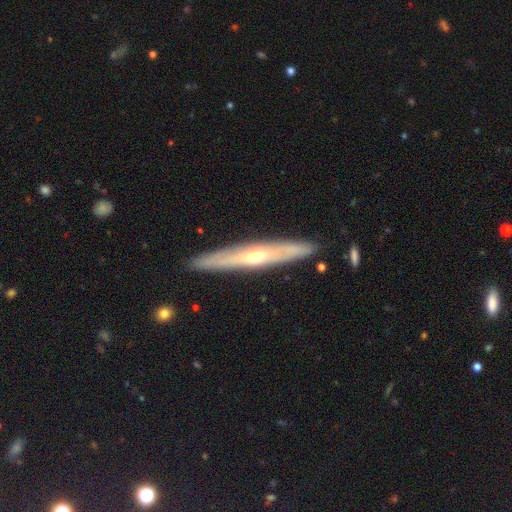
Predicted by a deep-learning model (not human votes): Q: Smooth or featured?
A: featured or disk (68%); runner-up: smooth (26%)
Q: Edge-on disk?
A: yes (90%); runner-up: no (10%)
Q: Edge-on bulge?
A: rounded (81%); runner-up: none (17%)
Q: Merging?
A: none (89%); runner-up: minor disturbance (8%)